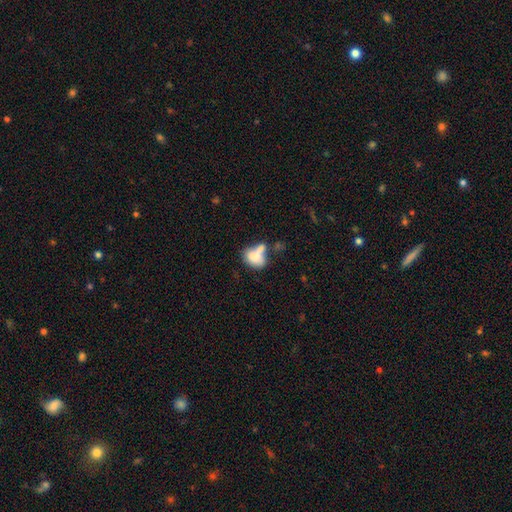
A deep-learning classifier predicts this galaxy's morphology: smooth-or-featured: smooth: 73% | featured or disk: 18% | star or artifact: 9%
  how-rounded: in between: 80% | round: 17% | cigar-shaped: 3%
  merging: merger: 49% | none: 25% | minor disturbance: 14% | major disturbance: 12%